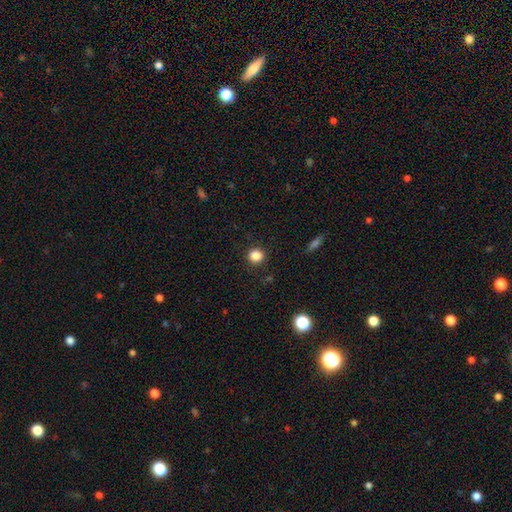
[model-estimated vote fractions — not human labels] smooth 85%, star or artifact 11%, featured or disk 4%. Down the decision tree: how rounded — round (88%); merging — none (91%).